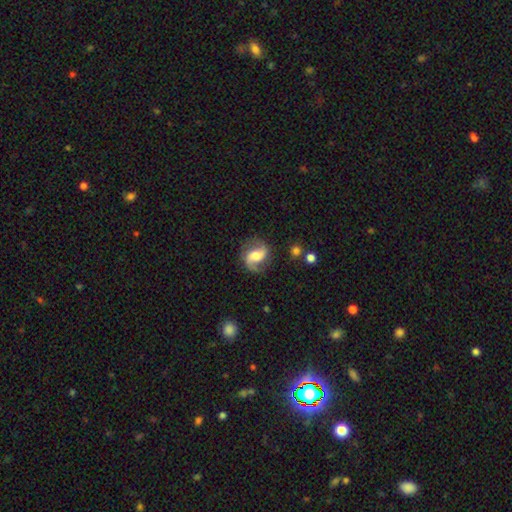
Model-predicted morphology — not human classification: type=featured or disk (78%); edge-on=no (97%); bar=weak (43%); spiral arms=yes (94%); winding=medium (44%); arm count=2 (88%); bulge=moderate (54%); merging=none (74%).